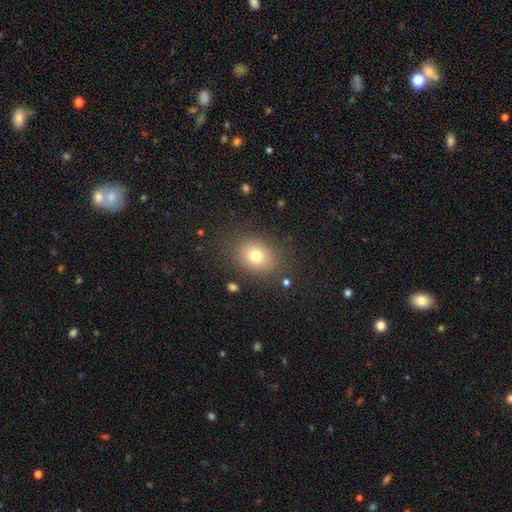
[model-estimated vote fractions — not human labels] A smooth galaxy with no disk features (76%) that is in between round and cigar-shaped (55%).

Vote fractions:
- Smooth or featured? smooth: 76% / star or artifact: 13% / featured or disk: 12%
- How rounded? in between: 55% / round: 44% / cigar-shaped: 1%
- Merging? none: 82% / minor disturbance: 11% / major disturbance: 5% / merger: 2%